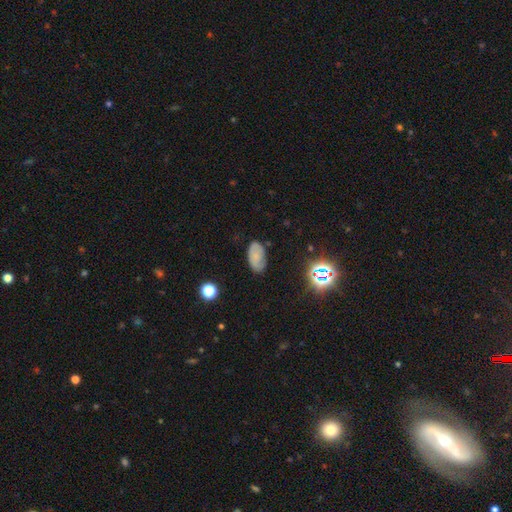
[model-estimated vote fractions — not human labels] Smooth or featured?
  - smooth: 65% *
  - featured or disk: 21%
  - star or artifact: 13%
How rounded?
  - in between: 93% *
  - round: 5%
  - cigar-shaped: 2%
Merging?
  - none: 72% *
  - minor disturbance: 21%
  - major disturbance: 5%
  - merger: 2%